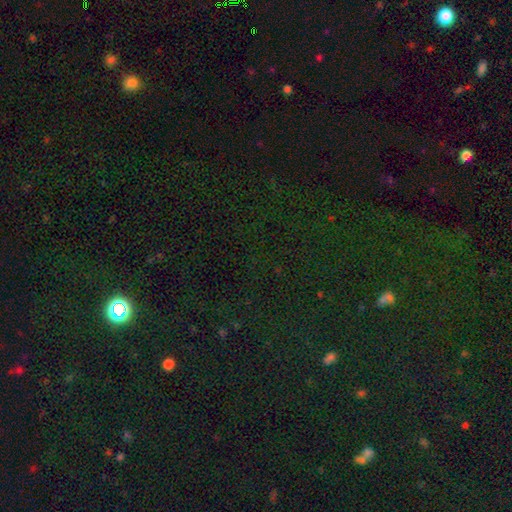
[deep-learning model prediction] Q: Smooth or featured?
A: star or artifact (76%); runner-up: smooth (16%)